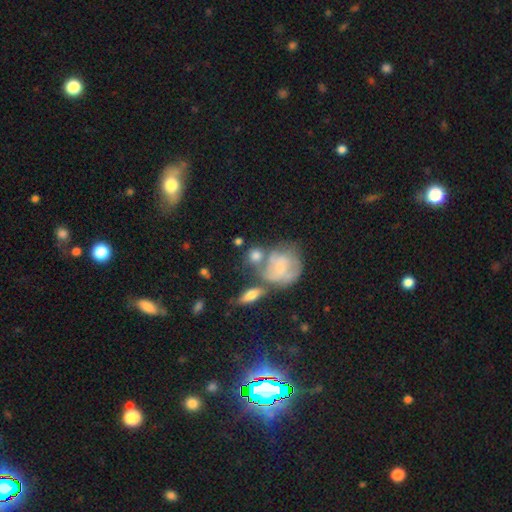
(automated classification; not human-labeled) Smooth or featured: smooth — 55% (featured or disk — 36%)
How rounded: round — 70% (in between — 28%)
Merging: none — 38% (merger — 34%)